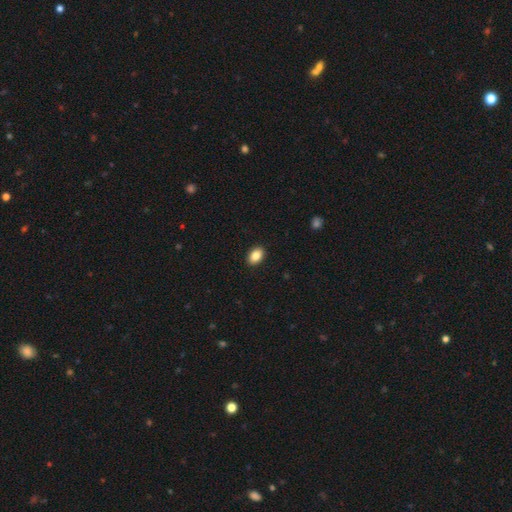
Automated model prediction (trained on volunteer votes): Morphology: type=smooth (87%); roundness=in between (87%); merging=none (91%).